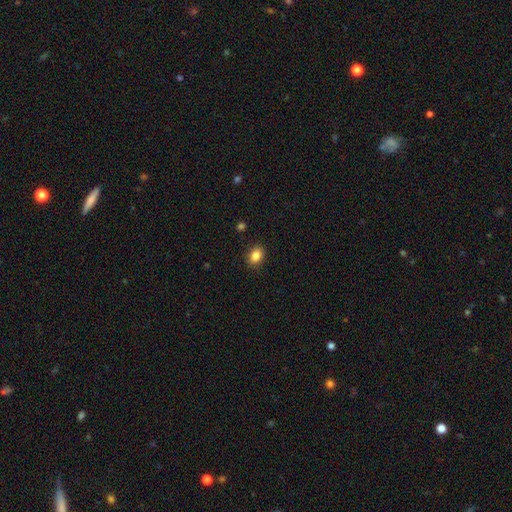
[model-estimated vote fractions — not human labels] Morphology: type=smooth (86%); roundness=in between (70%); merging=none (88%).